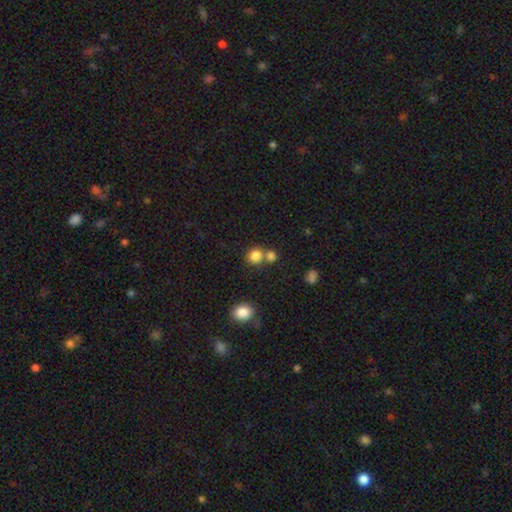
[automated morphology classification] Smooth or featured?
  - smooth: 82% *
  - star or artifact: 12%
  - featured or disk: 6%
How rounded?
  - round: 84% *
  - in between: 15%
  - cigar-shaped: 1%
Merging?
  - none: 55% *
  - merger: 35%
  - minor disturbance: 7%
  - major disturbance: 3%